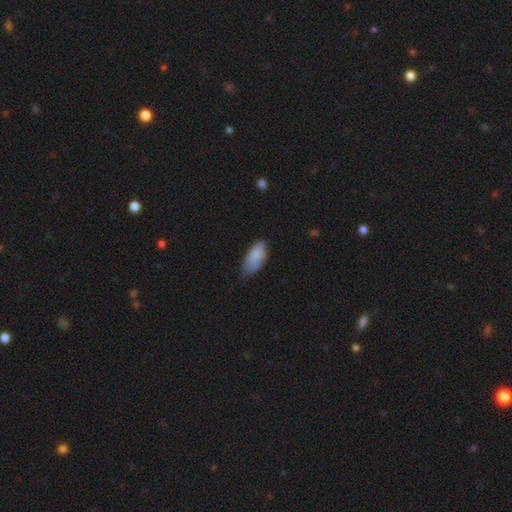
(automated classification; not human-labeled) Smooth or featured: smooth — 80% (featured or disk — 13%)
How rounded: in between — 90% (cigar-shaped — 8%)
Merging: minor disturbance — 43% (none — 41%)